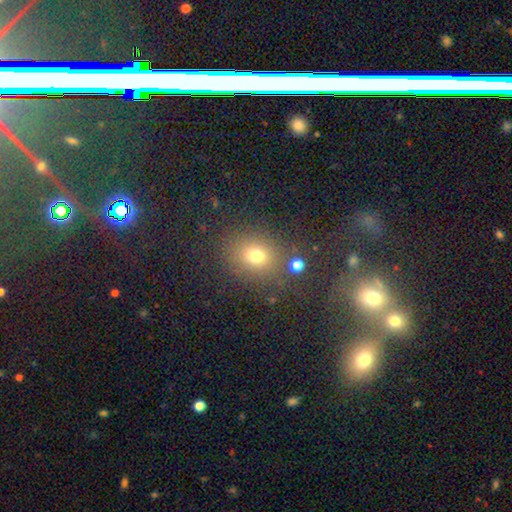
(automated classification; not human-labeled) smooth_or_featured: smooth (p=0.70) [alt: star or artifact p=0.20]
how_rounded: round (p=0.64) [alt: in between p=0.34]
merging: none (p=0.79) [alt: minor disturbance p=0.10]